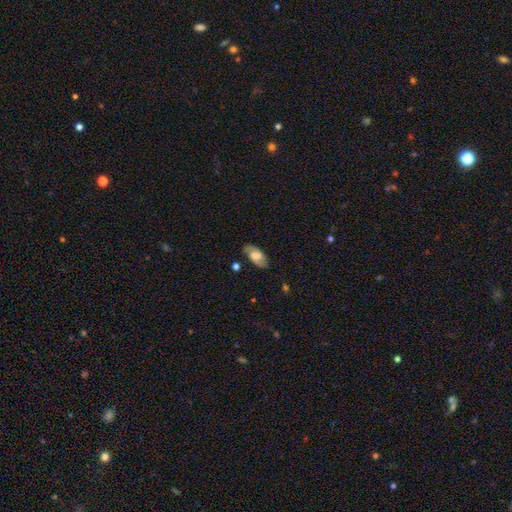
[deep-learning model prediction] A smooth galaxy with no disk features (48%).

Vote fractions:
- Smooth or featured? smooth: 48% / featured or disk: 45% / star or artifact: 7%
- Merging? none: 77% / minor disturbance: 17% / major disturbance: 4% / merger: 2%